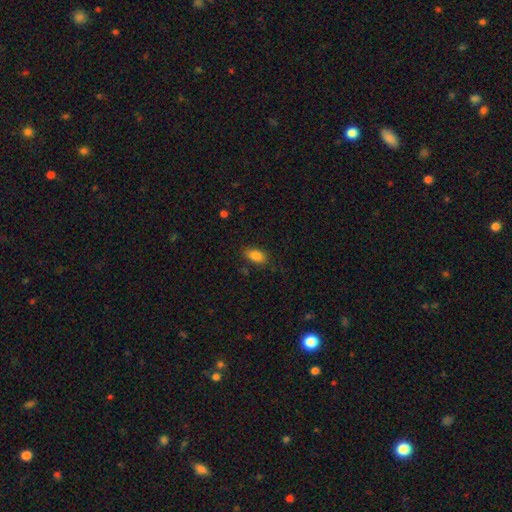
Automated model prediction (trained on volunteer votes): The model was most divided on "merging": none: 83%, minor disturbance: 13%, major disturbance: 3%, merger: 2%. More confident: how rounded — in between (90%); smooth or featured — smooth (85%).